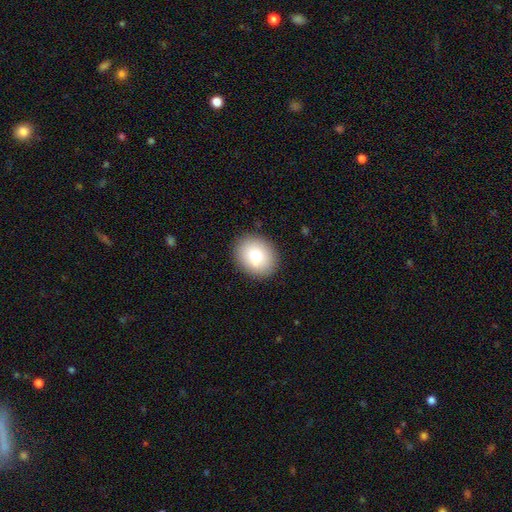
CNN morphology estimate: Smooth or featured: smooth — 79% (featured or disk — 12%)
How rounded: round — 57% (in between — 42%)
Merging: none — 89% (minor disturbance — 8%)